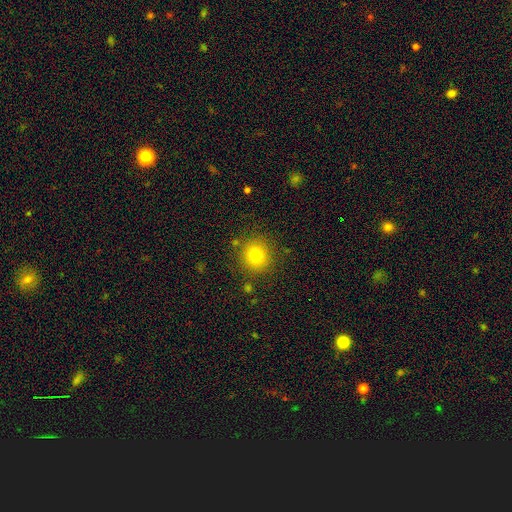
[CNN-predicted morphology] Smooth or featured? Predicted: smooth (p=0.79). How rounded? Predicted: round (p=0.90). Merging? Predicted: none (p=0.86).